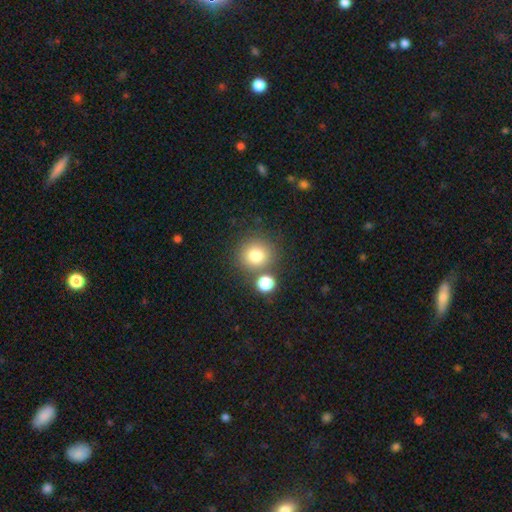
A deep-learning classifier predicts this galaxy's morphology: smooth 79%, star or artifact 13%, featured or disk 9%. Down the decision tree: how rounded — round (89%); merging — none (73%).